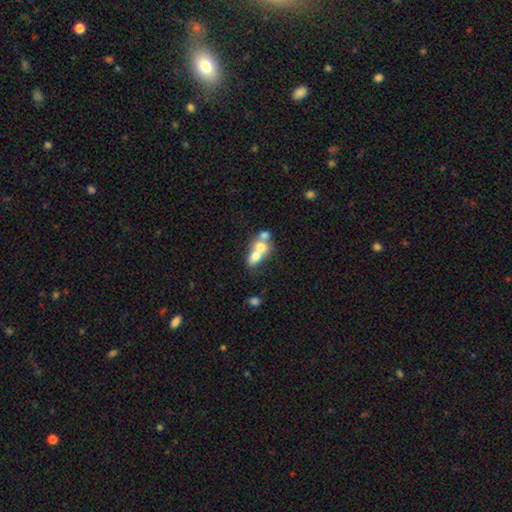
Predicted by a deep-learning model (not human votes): Smooth or featured? smooth (61%)
How rounded? in between (57%)
Merging? merger (69%)